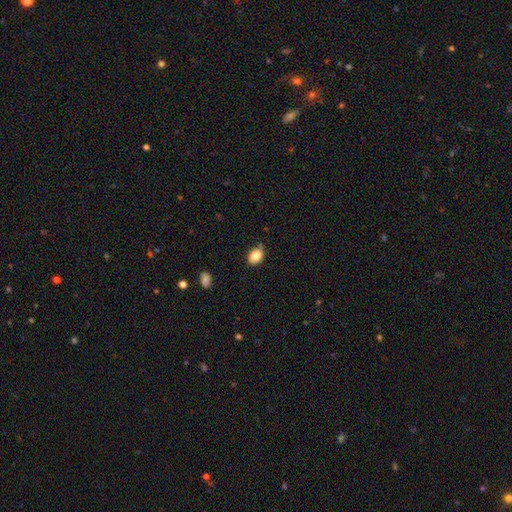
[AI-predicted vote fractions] Smooth or featured?
  - smooth: 84% *
  - star or artifact: 9%
  - featured or disk: 7%
How rounded?
  - in between: 72% *
  - round: 27%
  - cigar-shaped: 1%
Merging?
  - none: 67% *
  - minor disturbance: 27%
  - major disturbance: 4%
  - merger: 2%